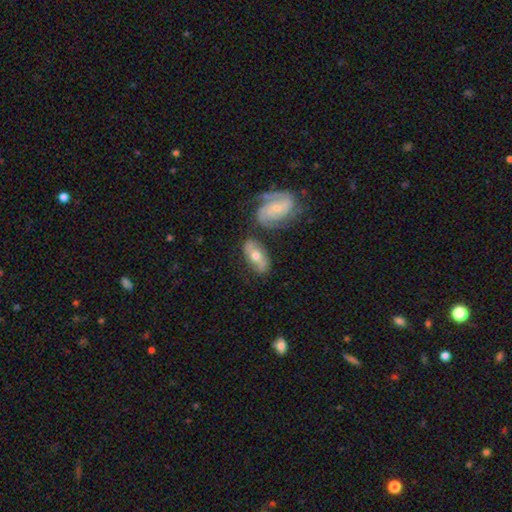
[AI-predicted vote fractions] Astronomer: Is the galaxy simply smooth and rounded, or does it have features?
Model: featured or disk — 57% (runner-up: smooth, 36%).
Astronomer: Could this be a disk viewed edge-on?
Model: no — 85%.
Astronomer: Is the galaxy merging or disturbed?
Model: none — 65%.